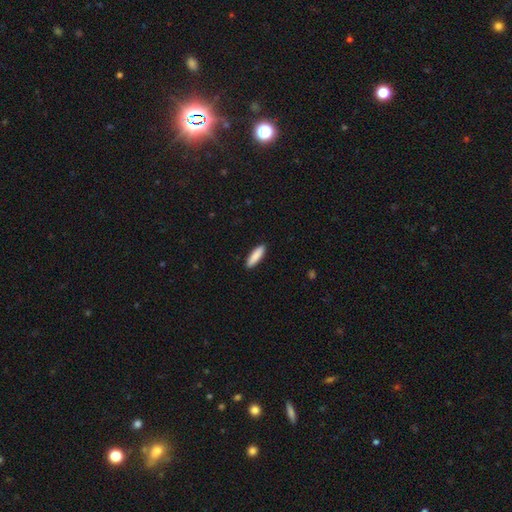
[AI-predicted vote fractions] Smooth or featured?
  - smooth: 88% *
  - featured or disk: 7%
  - star or artifact: 5%
How rounded?
  - cigar-shaped: 68% *
  - in between: 31%
  - round: 1%
Merging?
  - none: 91% *
  - minor disturbance: 6%
  - major disturbance: 1%
  - merger: 1%